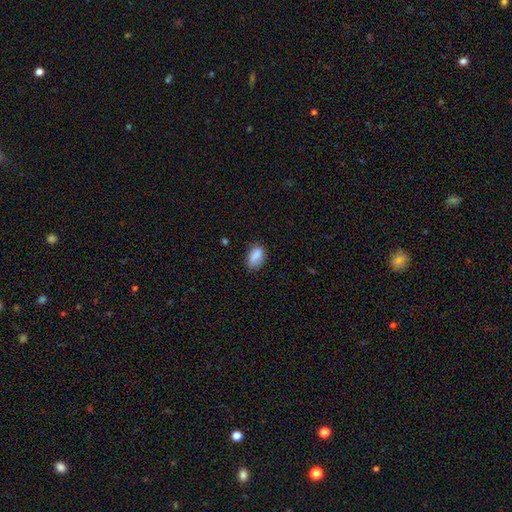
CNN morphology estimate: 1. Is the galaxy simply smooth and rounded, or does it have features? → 86% smooth, 7% star or artifact, 6% featured or disk.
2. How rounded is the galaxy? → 89% in between, 6% round, 5% cigar-shaped.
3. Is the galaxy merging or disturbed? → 79% none, 17% minor disturbance, 3% major disturbance, 1% merger.